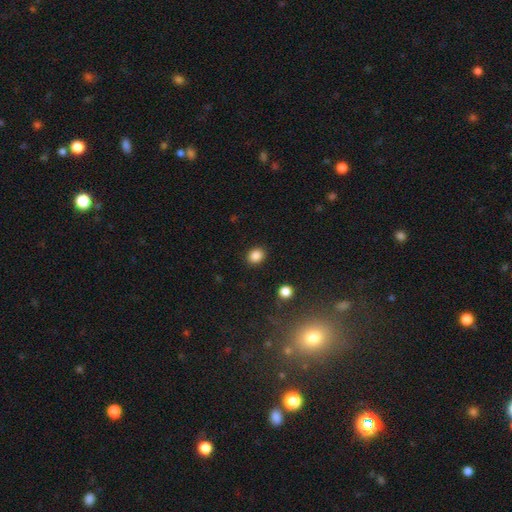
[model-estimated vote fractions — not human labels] The model was most divided on "how rounded": round: 57%, in between: 42%, cigar-shaped: 1%. More confident: merging — none (89%); smooth or featured — smooth (86%).